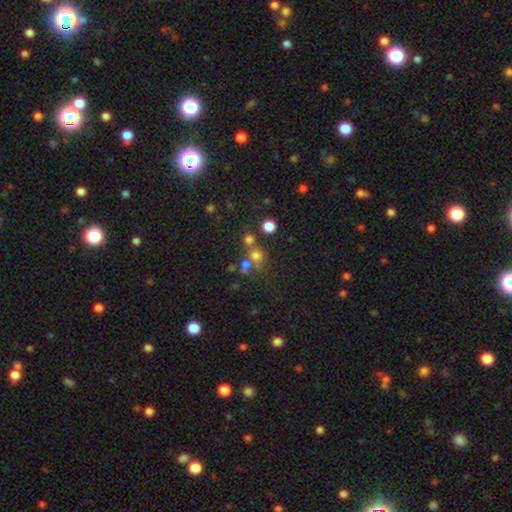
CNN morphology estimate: smooth_or_featured: smooth (p=0.65) [alt: star or artifact p=0.22]
how_rounded: round (p=0.83) [alt: in between p=0.16]
merging: none (p=0.51) [alt: merger p=0.34]